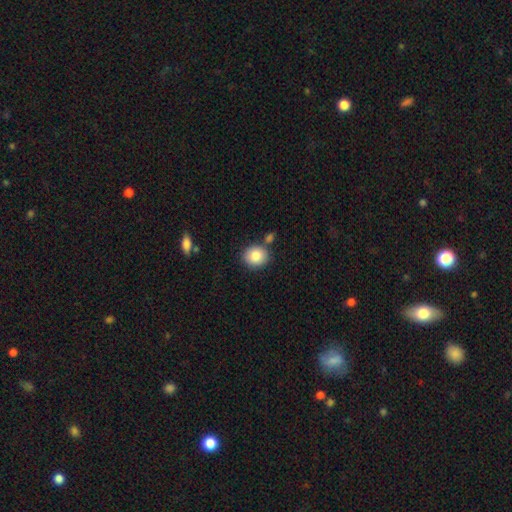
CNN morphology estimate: Smooth or featured: smooth — 85% (star or artifact — 8%)
How rounded: round — 70% (in between — 29%)
Merging: none — 77% (minor disturbance — 10%)